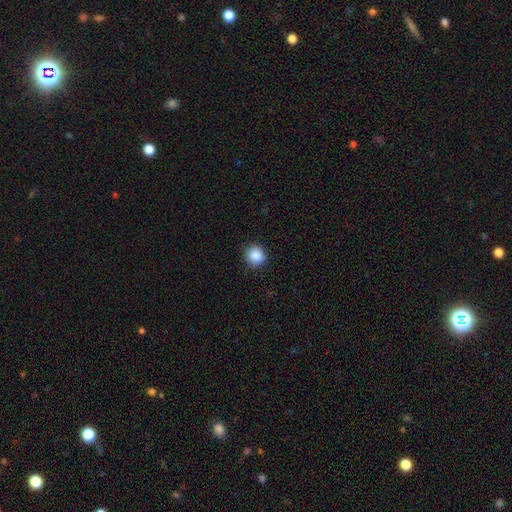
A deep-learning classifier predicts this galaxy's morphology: Smooth or featured: smooth — 87% (star or artifact — 10%)
How rounded: round — 93% (in between — 6%)
Merging: none — 90% (minor disturbance — 7%)